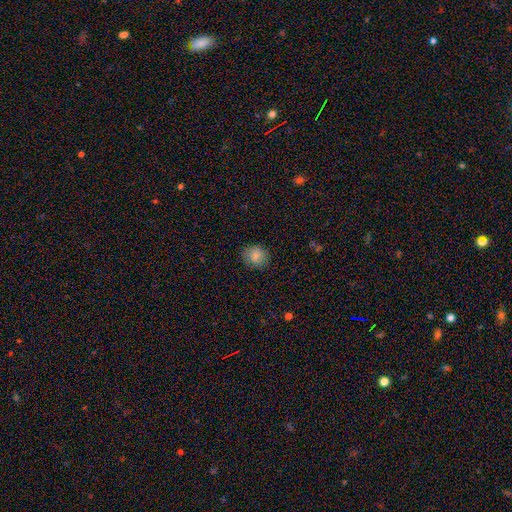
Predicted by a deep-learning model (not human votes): Smooth or featured? smooth (85%)
How rounded? round (80%)
Merging? none (85%)